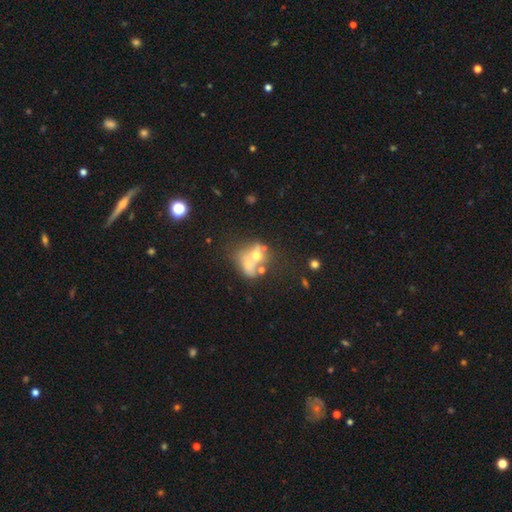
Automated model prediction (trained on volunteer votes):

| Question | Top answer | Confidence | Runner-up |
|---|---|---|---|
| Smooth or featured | smooth | 45% | featured or disk (38%) |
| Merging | merger | 55% | none (25%) |